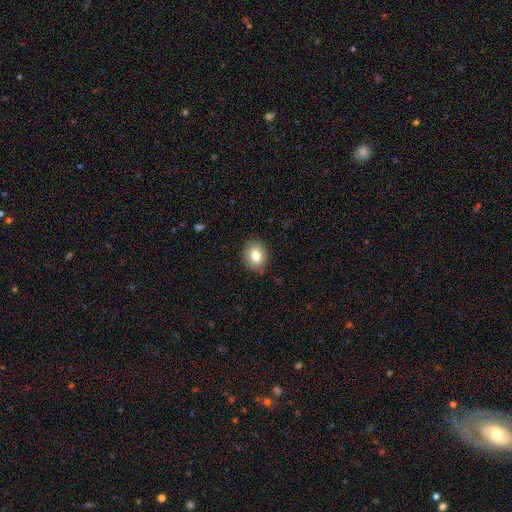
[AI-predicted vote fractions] smooth-or-featured: smooth: 80% | featured or disk: 11% | star or artifact: 9%
  how-rounded: in between: 51% | round: 48% | cigar-shaped: 1%
  merging: none: 86% | minor disturbance: 11% | major disturbance: 2% | merger: 1%